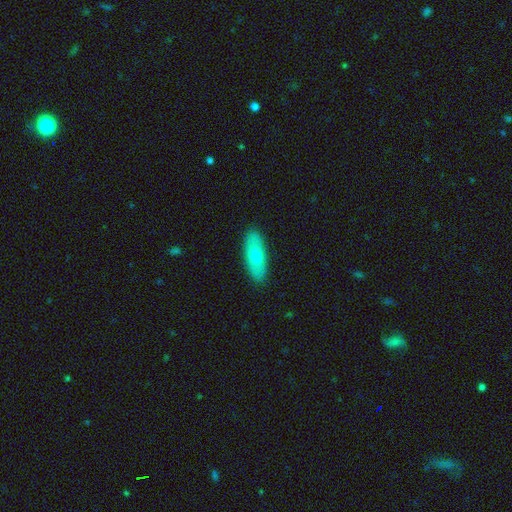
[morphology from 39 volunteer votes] A smooth galaxy with no disk features (56%) that is in between round and cigar-shaped (77%).

Vote fractions:
- Smooth or featured? smooth: 56% / featured or disk: 36% / star or artifact: 8%
- How rounded? in between: 77% / cigar-shaped: 23% / round: 0%
- Merging? none: 89% / minor disturbance: 8% / major disturbance: 3% / merger: 0%